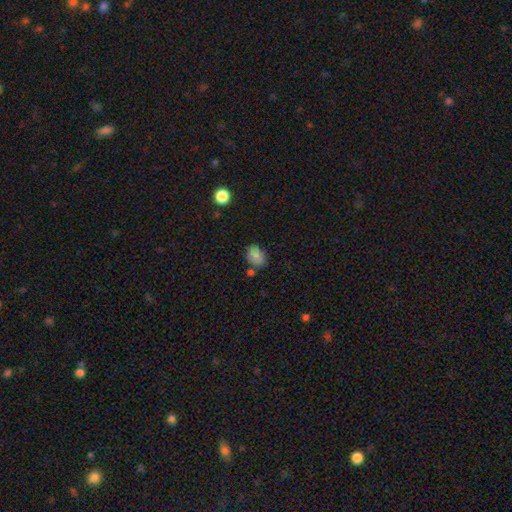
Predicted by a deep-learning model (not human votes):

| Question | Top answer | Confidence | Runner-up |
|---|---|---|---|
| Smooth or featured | smooth | 85% | star or artifact (9%) |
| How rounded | in between | 79% | round (20%) |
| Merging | none | 73% | minor disturbance (16%) |